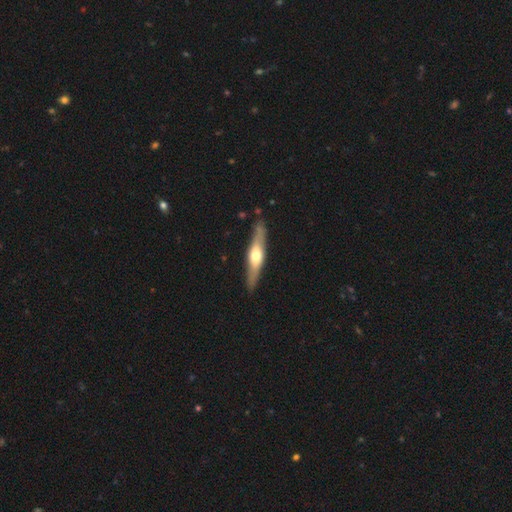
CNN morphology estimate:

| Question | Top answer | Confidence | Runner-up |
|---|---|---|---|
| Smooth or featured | featured or disk | 63% | smooth (32%) |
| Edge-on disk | yes | 92% | no (8%) |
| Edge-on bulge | rounded | 91% | boxy (5%) |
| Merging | none | 87% | minor disturbance (10%) |